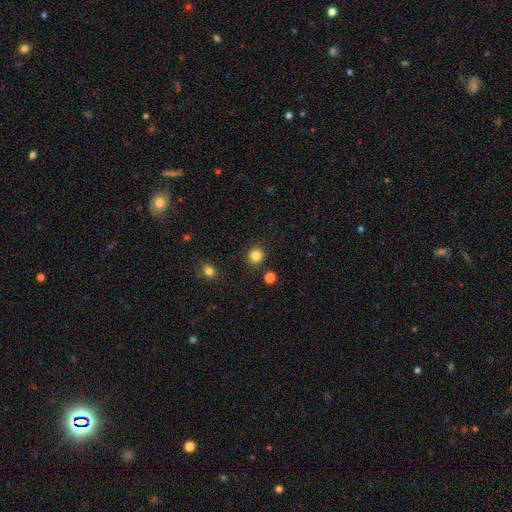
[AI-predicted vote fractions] Smooth or featured? Predicted: smooth (p=0.84). How rounded? Predicted: round (p=0.91). Merging? Predicted: none (p=0.89).